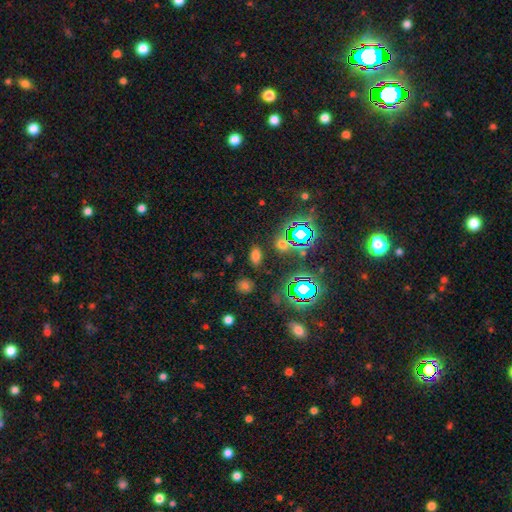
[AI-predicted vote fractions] A smooth galaxy with no disk features (63%) that is in between round and cigar-shaped (83%). Merging: none (83%).